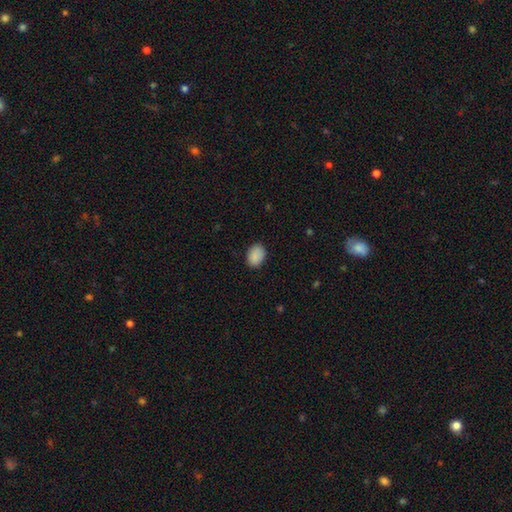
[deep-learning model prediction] Smooth or featured: smooth — 90% (star or artifact — 7%)
How rounded: in between — 77% (round — 22%)
Merging: none — 87% (minor disturbance — 10%)